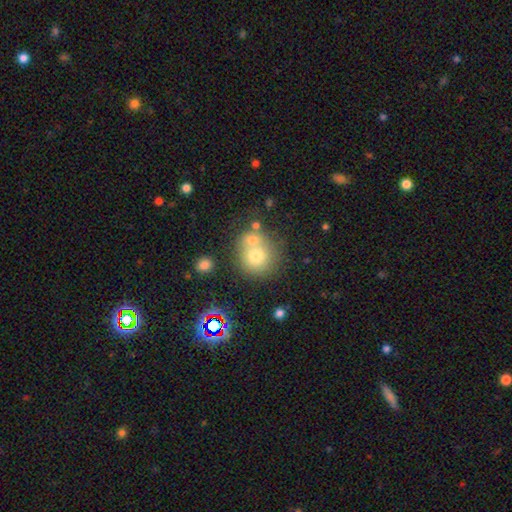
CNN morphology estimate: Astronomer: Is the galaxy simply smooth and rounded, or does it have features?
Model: smooth — 69%.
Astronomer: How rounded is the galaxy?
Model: round — 86%.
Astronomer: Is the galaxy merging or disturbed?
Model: none — 47% (runner-up: merger, 39%).